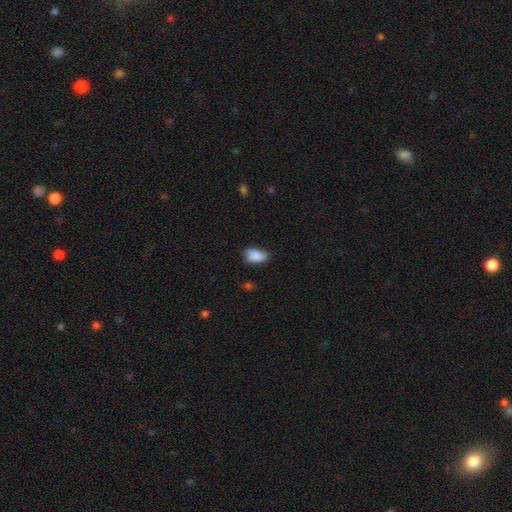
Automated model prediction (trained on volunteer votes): A smooth galaxy with no disk features (87%) that is in between round and cigar-shaped (90%).

Vote fractions:
- Smooth or featured? smooth: 87% / star or artifact: 7% / featured or disk: 6%
- How rounded? in between: 90% / round: 9% / cigar-shaped: 2%
- Merging? none: 58% / minor disturbance: 34% / major disturbance: 6% / merger: 2%